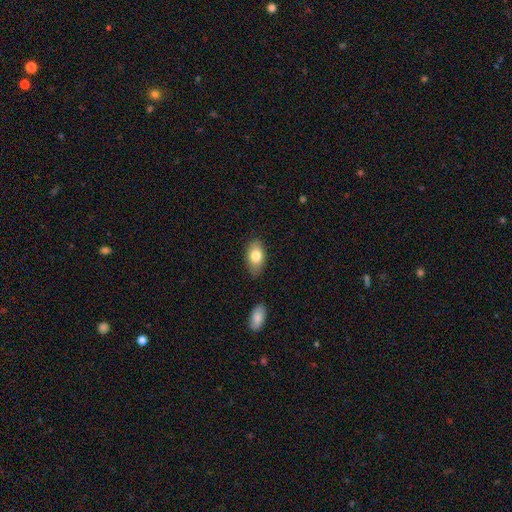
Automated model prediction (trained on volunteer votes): A smooth galaxy with no disk features (79%) that is in between round and cigar-shaped (90%).

Vote fractions:
- Smooth or featured? smooth: 79% / featured or disk: 14% / star or artifact: 7%
- How rounded? in between: 90% / round: 8% / cigar-shaped: 2%
- Merging? none: 81% / minor disturbance: 14% / major disturbance: 3% / merger: 2%